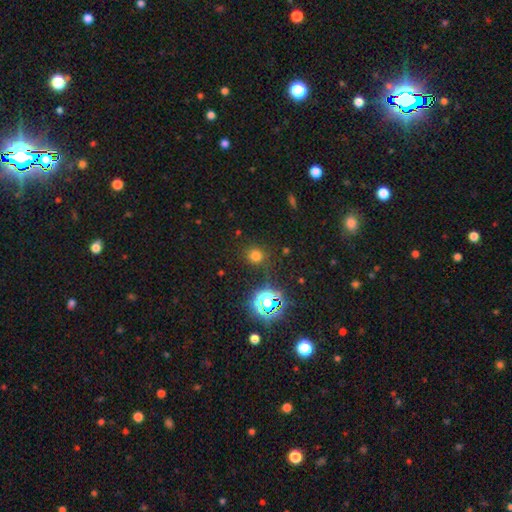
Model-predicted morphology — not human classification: Smooth or featured? smooth (66%)
How rounded? round (90%)
Merging? none (84%)